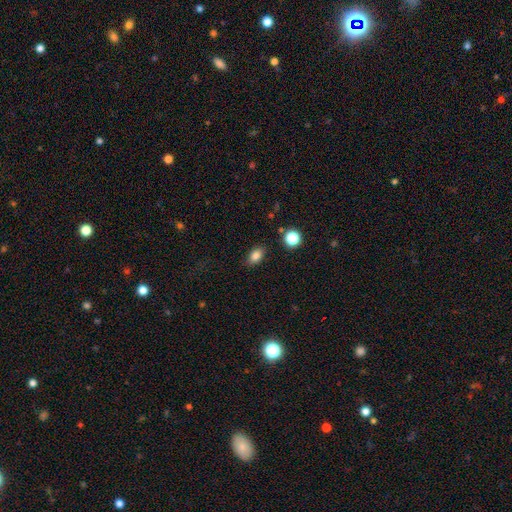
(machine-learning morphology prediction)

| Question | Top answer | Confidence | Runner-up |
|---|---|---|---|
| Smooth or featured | smooth | 83% | star or artifact (11%) |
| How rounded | in between | 83% | round (15%) |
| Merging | none | 84% | minor disturbance (11%) |